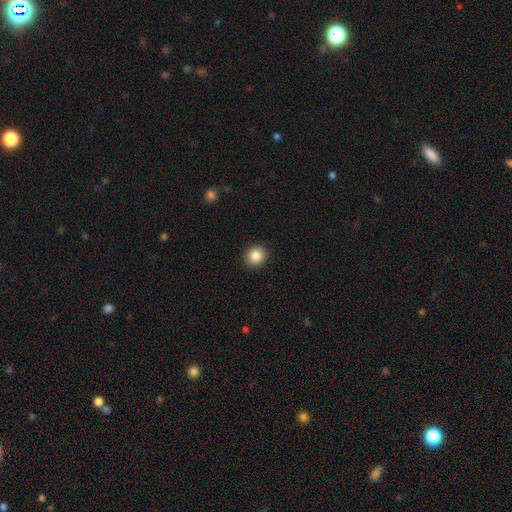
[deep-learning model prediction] Smooth or featured? Predicted: smooth (p=0.85). How rounded? Predicted: round (p=0.85). Merging? Predicted: none (p=0.92).